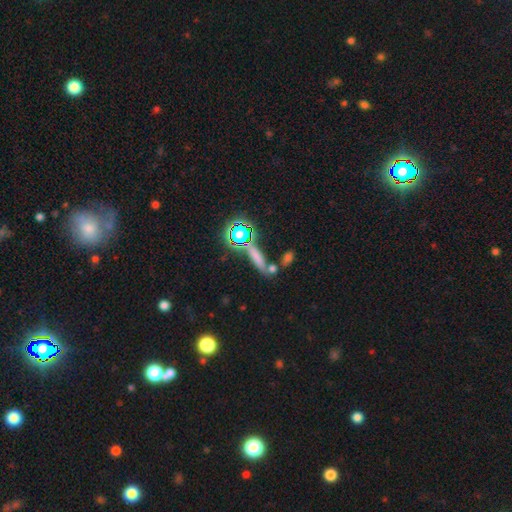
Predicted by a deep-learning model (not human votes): smooth-or-featured: smooth: 60% | star or artifact: 24% | featured or disk: 16%
  how-rounded: cigar-shaped: 73% | in between: 19% | round: 8%
  merging: none: 61% | merger: 21% | minor disturbance: 12% | major disturbance: 5%